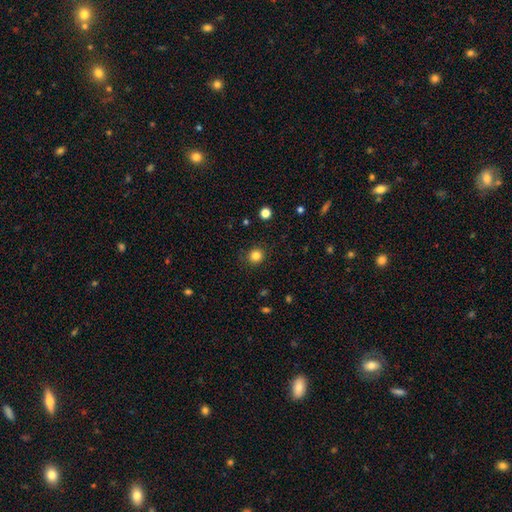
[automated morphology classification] smooth_or_featured: smooth (p=0.83) [alt: star or artifact p=0.12]
how_rounded: round (p=0.89) [alt: in between p=0.10]
merging: none (p=0.89) [alt: minor disturbance p=0.07]